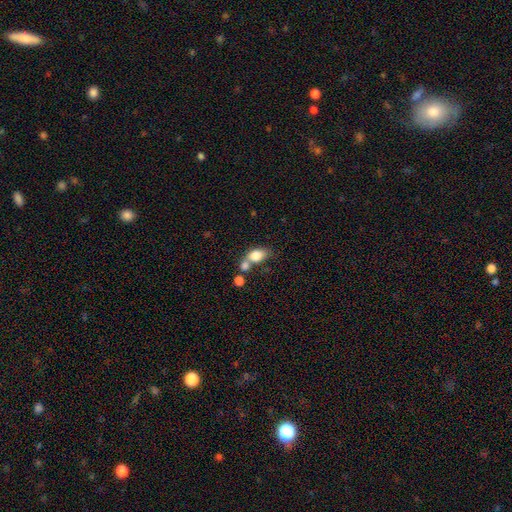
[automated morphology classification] The model was most divided on "merging": merger: 44%, none: 36%, minor disturbance: 13%, major disturbance: 7%. More confident: smooth or featured — smooth (79%); how rounded — in between (77%).